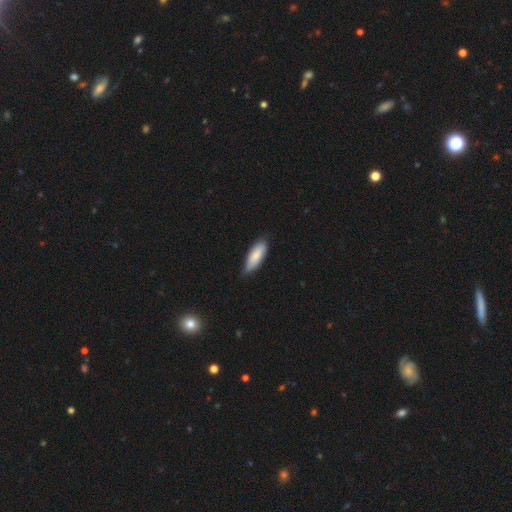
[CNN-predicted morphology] Q: Smooth or featured?
A: smooth (84%); runner-up: featured or disk (11%)
Q: How rounded?
A: in between (66%); runner-up: cigar-shaped (32%)
Q: Merging?
A: none (72%); runner-up: minor disturbance (24%)